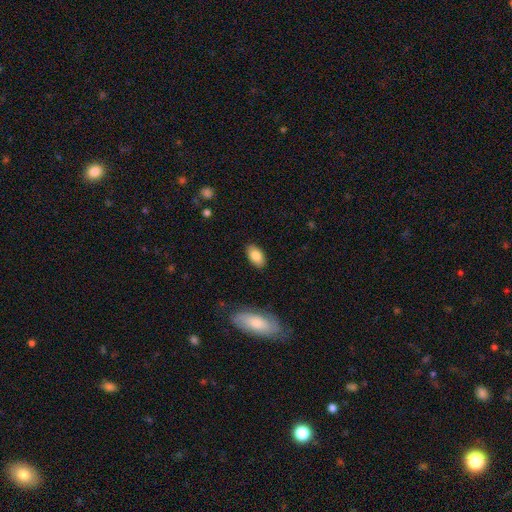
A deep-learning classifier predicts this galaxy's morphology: This is clearly a smooth galaxy (84%). How rounded: clearly in between (93%). Merging: clearly none (87%).